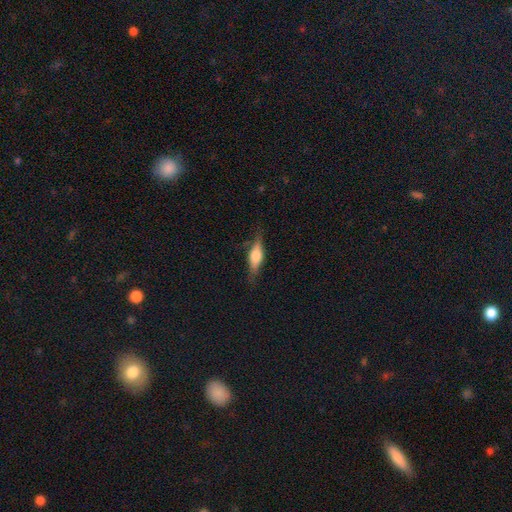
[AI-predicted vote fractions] A featured or disk galaxy (47%). Merging: none (76%).